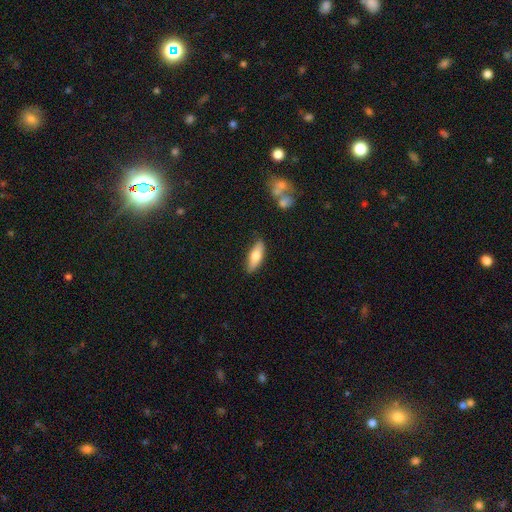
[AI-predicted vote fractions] Smooth or featured: smooth — 70% (featured or disk — 24%)
How rounded: in between — 56% (cigar-shaped — 42%)
Merging: none — 84% (minor disturbance — 12%)